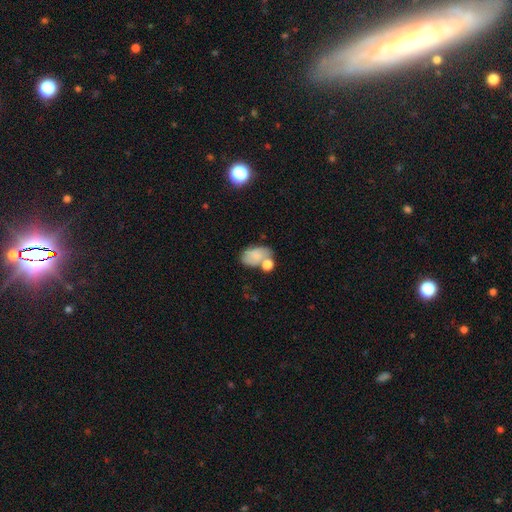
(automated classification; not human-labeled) Smooth or featured?
  - smooth: 72% *
  - featured or disk: 19%
  - star or artifact: 10%
How rounded?
  - in between: 84% *
  - round: 14%
  - cigar-shaped: 1%
Merging?
  - none: 38% *
  - merger: 32%
  - minor disturbance: 20%
  - major disturbance: 9%